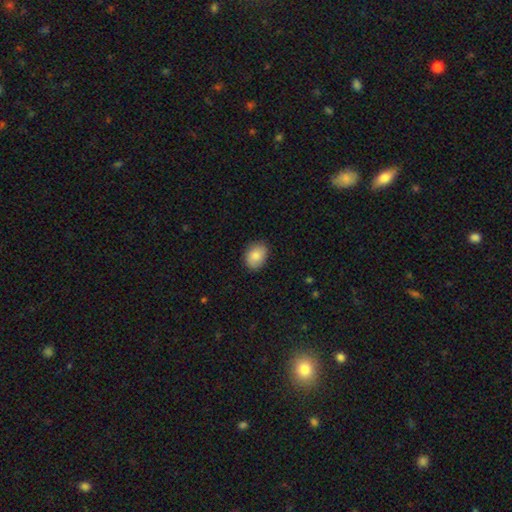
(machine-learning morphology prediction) A smooth galaxy with no disk features (87%) that is in between round and cigar-shaped (61%).

Vote fractions:
- Smooth or featured? smooth: 87% / star or artifact: 7% / featured or disk: 6%
- How rounded? in between: 61% / round: 38% / cigar-shaped: 1%
- Merging? none: 85% / minor disturbance: 12% / major disturbance: 2% / merger: 1%